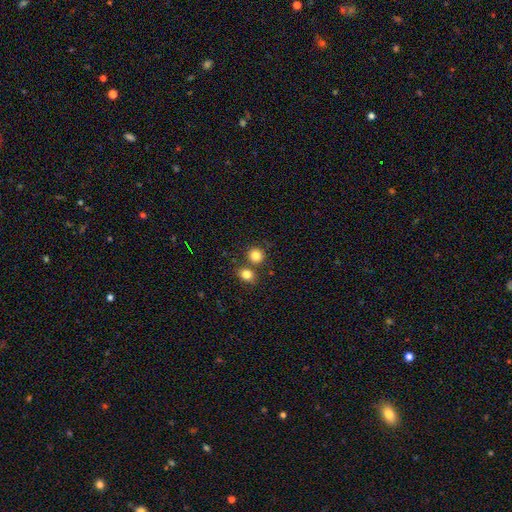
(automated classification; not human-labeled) Smooth or featured: smooth — 82% (star or artifact — 12%)
How rounded: round — 88% (in between — 11%)
Merging: none — 68% (merger — 22%)